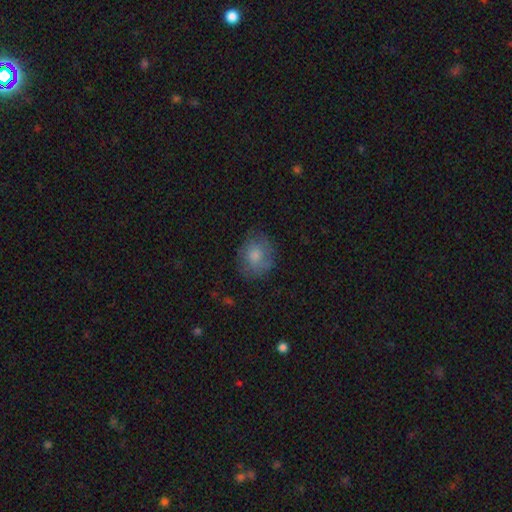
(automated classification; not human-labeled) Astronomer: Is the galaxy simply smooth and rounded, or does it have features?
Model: smooth — 72%.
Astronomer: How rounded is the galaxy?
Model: round — 63%.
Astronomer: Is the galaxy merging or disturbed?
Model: none — 71%.